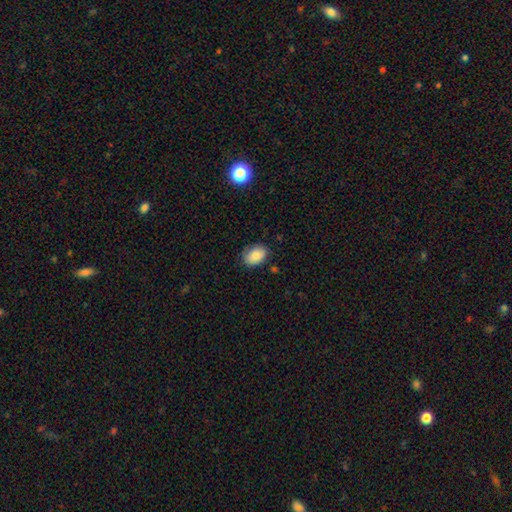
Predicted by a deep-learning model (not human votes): Morphology: type=smooth (85%); roundness=in between (80%); merging=none (77%).